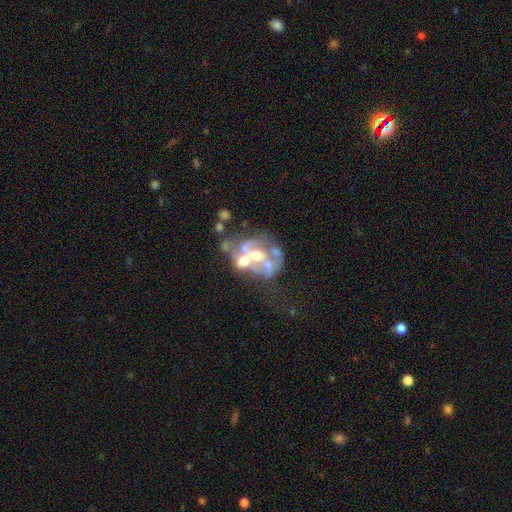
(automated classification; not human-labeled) Smooth or featured?
  - featured or disk: 72% *
  - smooth: 16%
  - star or artifact: 12%
Edge-on disk?
  - no: 98% *
  - yes: 2%
Bar?
  - no: 82% *
  - weak: 13%
  - strong: 6%
Spiral arms?
  - no: 81% *
  - yes: 19%
Bulge size?
  - moderate: 53% *
  - small: 19%
  - none: 19%
  - large: 7%
  - dominant: 2%
Merging?
  - merger: 46% *
  - major disturbance: 22%
  - none: 22%
  - minor disturbance: 10%